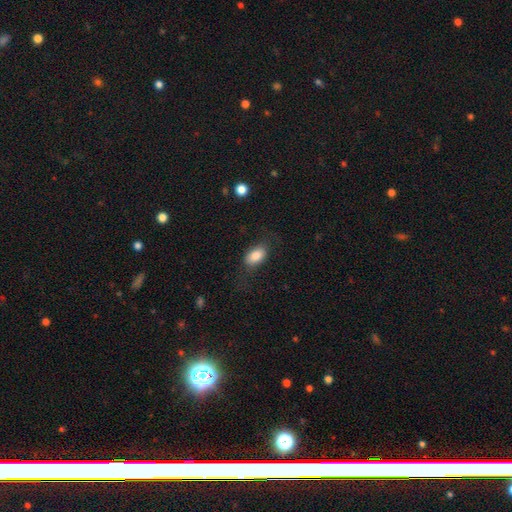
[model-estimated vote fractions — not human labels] Smooth or featured? smooth (83%)
How rounded? in between (89%)
Merging? none (73%)